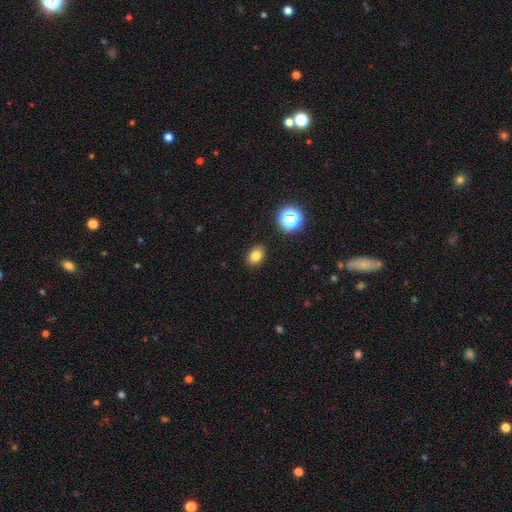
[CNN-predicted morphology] Smooth or featured: smooth — 81% (star or artifact — 13%)
How rounded: in between — 69% (round — 30%)
Merging: none — 88% (minor disturbance — 8%)